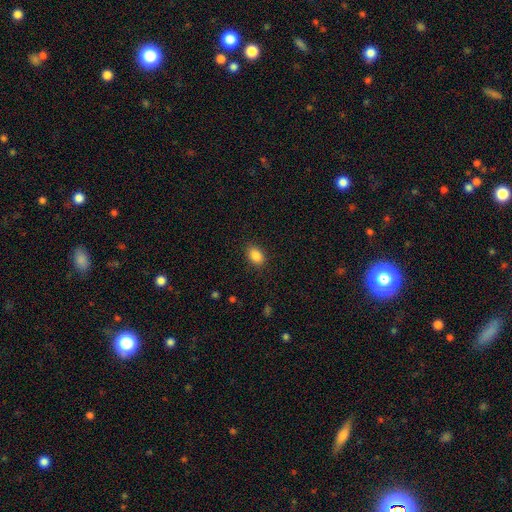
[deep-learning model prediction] smooth 88%, star or artifact 8%, featured or disk 4%. Down the decision tree: how rounded — in between (84%); merging — none (87%).